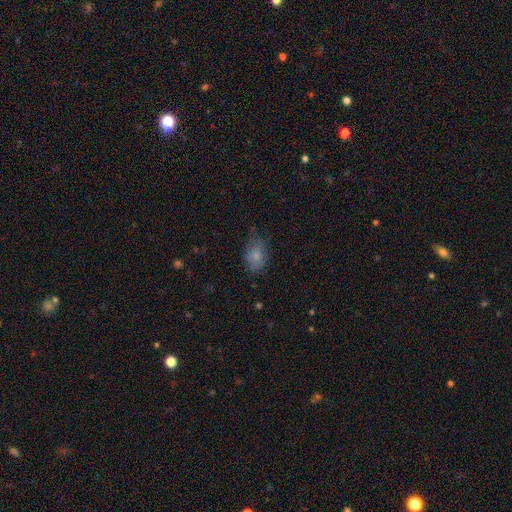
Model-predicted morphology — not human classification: A smooth galaxy with no disk features (78%) that is in between round and cigar-shaped (84%). Merging: none (57%).